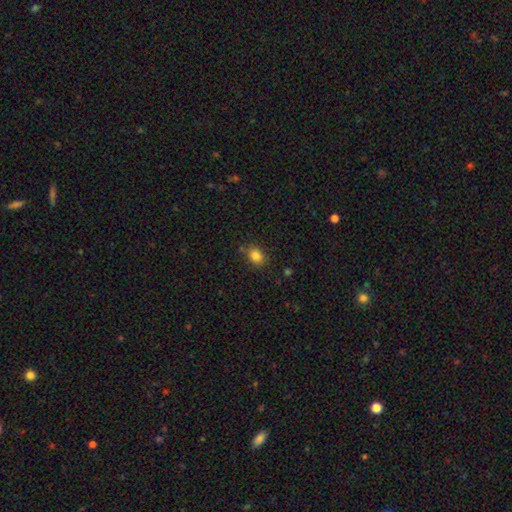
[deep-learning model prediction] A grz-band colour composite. It shows a smooth galaxy with no disk features (84%) that is in between round and cigar-shaped (59%). Merging: none (80%).